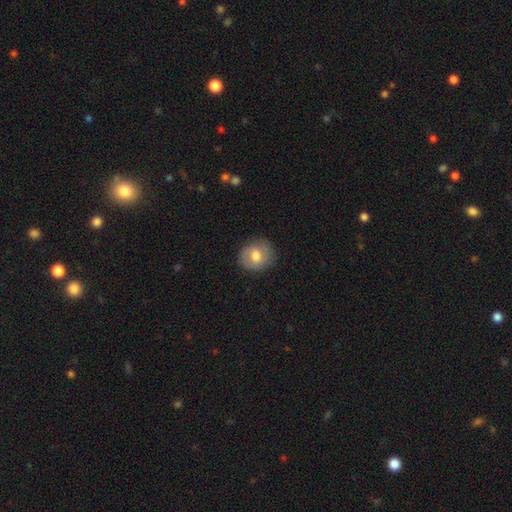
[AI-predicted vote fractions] This appears to be a smooth galaxy with no disk features (68%) that is round (75%). Merging: none (81%).